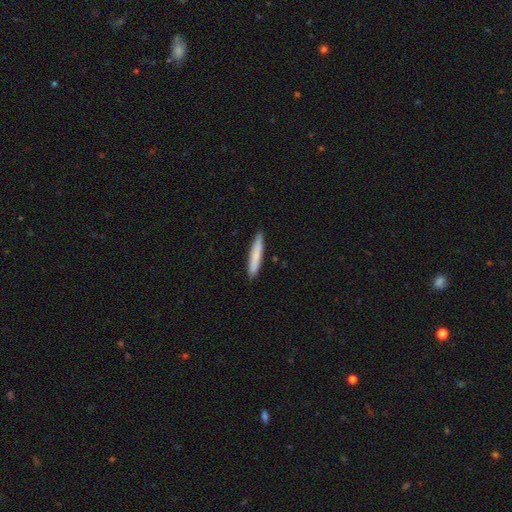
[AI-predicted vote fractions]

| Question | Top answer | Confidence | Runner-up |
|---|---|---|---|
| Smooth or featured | smooth | 78% | featured or disk (16%) |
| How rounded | cigar-shaped | 93% | in between (6%) |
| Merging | none | 90% | minor disturbance (8%) |